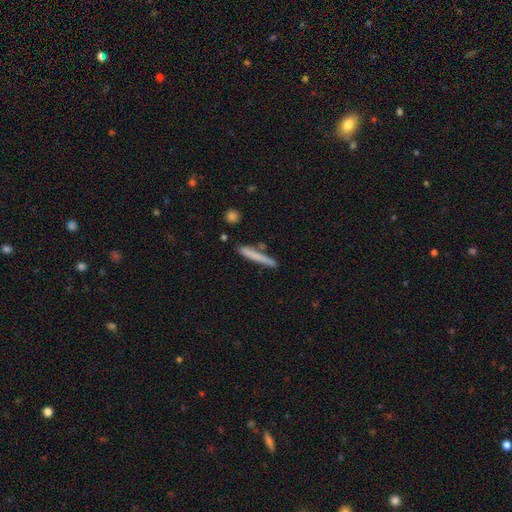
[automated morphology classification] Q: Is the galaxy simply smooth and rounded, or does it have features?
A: smooth — 71%.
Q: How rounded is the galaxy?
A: cigar-shaped — 96%.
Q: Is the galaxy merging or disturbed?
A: none — 78%.